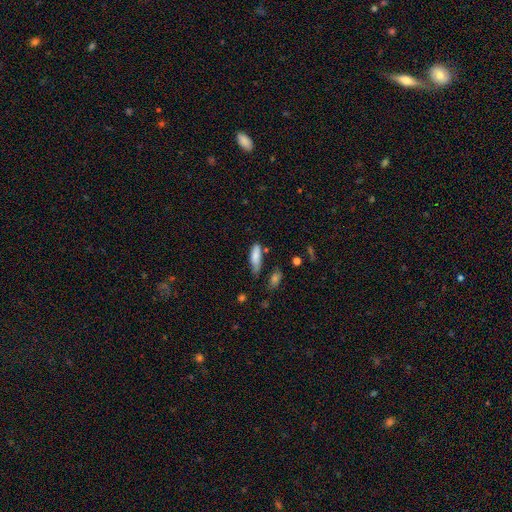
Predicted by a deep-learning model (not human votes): Smooth or featured? smooth (81%)
How rounded? in between (54%)
Merging? none (50%)